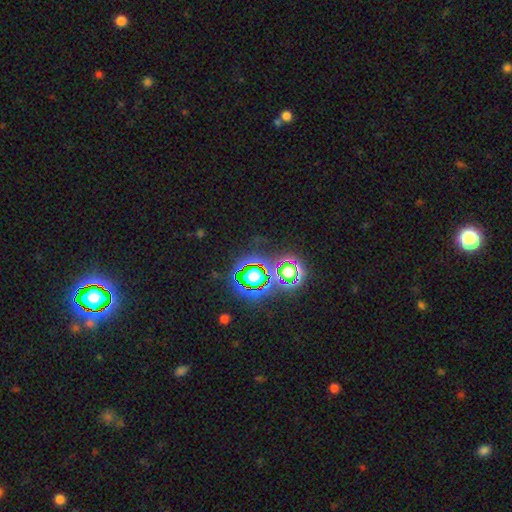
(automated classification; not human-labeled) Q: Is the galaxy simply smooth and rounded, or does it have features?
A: star or artifact — 79%.